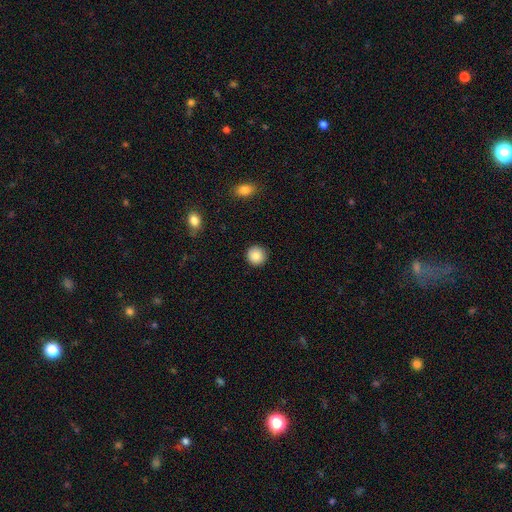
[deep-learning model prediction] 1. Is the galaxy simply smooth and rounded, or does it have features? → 86% smooth, 8% star or artifact, 6% featured or disk.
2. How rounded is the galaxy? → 94% round, 5% in between, 1% cigar-shaped.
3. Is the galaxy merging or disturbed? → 92% none, 5% minor disturbance, 2% major disturbance, 1% merger.